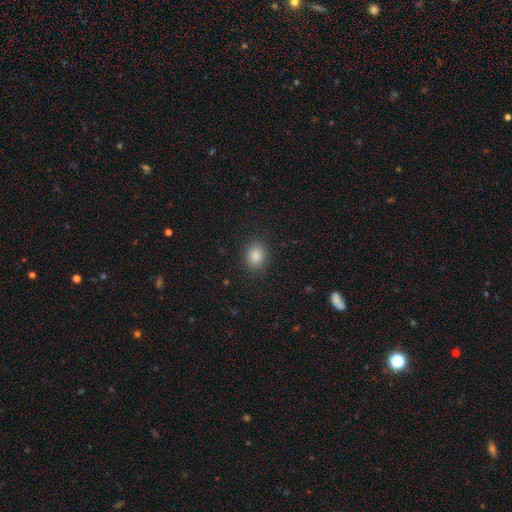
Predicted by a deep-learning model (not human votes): Smooth or featured? smooth (85%)
How rounded? round (55%)
Merging? none (88%)